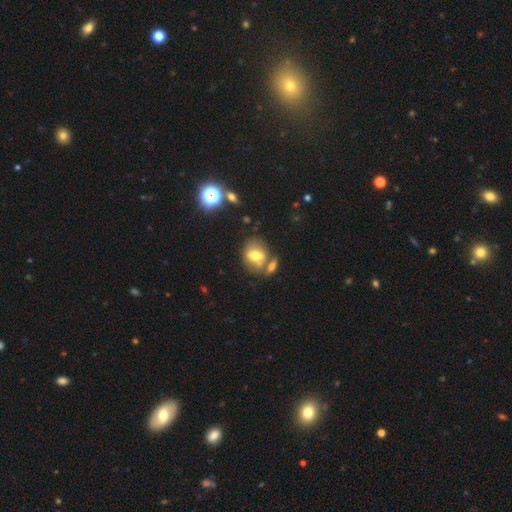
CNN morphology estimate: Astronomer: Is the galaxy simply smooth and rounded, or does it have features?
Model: smooth — 62%.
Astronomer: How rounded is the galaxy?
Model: in between — 49%, tied with round at 49%.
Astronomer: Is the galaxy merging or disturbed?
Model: none — 50% (runner-up: merger, 29%).